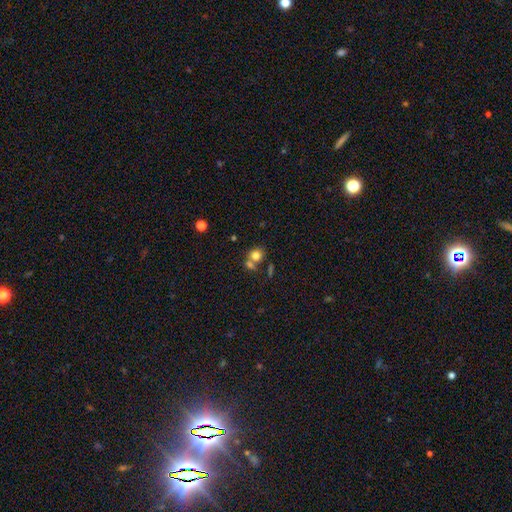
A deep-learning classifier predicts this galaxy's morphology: The model was most divided on "merging": none: 48%, merger: 39%, minor disturbance: 9%, major disturbance: 4%. More confident: smooth or featured — smooth (78%); how rounded — round (77%).